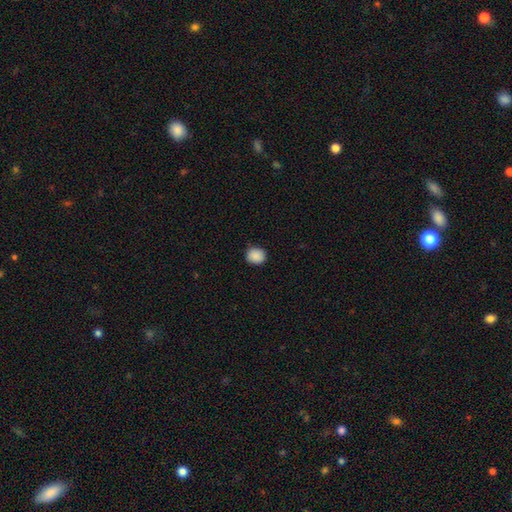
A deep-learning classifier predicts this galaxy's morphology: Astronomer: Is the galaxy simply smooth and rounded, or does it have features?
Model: smooth — 89%.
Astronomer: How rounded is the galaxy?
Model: round — 75%.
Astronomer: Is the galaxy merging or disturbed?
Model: none — 87%.